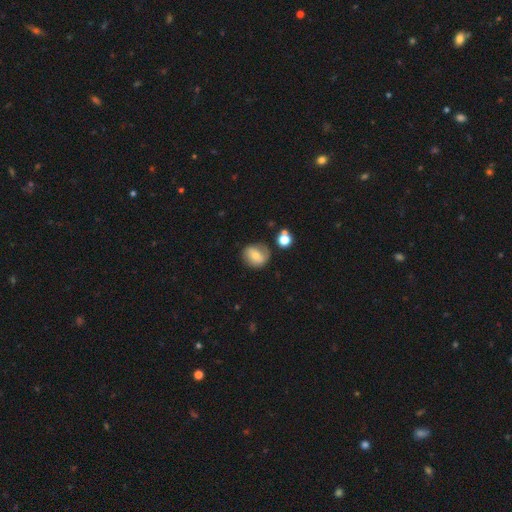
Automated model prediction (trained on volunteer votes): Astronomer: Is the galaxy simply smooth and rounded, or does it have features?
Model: smooth — 59%.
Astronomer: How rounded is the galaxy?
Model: round — 76%.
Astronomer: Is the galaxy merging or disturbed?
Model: none — 72%.